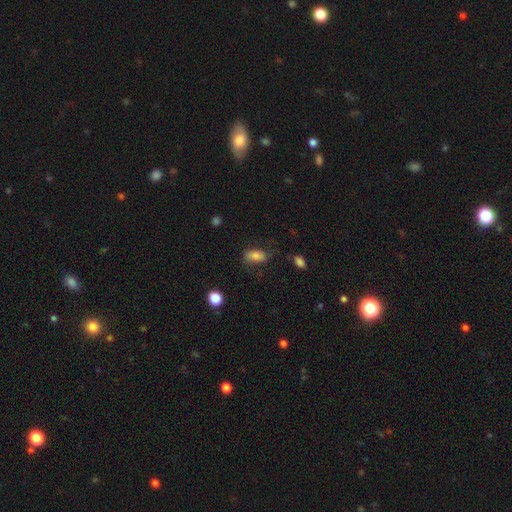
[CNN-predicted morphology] smooth_or_featured: smooth (p=0.76) [alt: featured or disk p=0.14]
how_rounded: in between (p=0.87) [alt: cigar-shaped p=0.08]
merging: none (p=0.62) [alt: minor disturbance p=0.25]